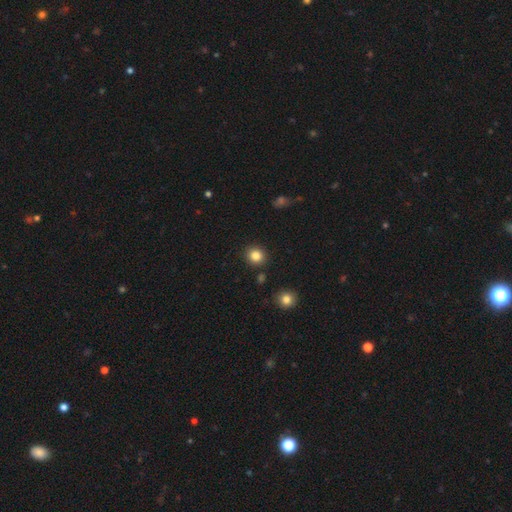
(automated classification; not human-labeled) smooth-or-featured: smooth: 84% | star or artifact: 11% | featured or disk: 5%
  how-rounded: round: 89% | in between: 10% | cigar-shaped: 1%
  merging: none: 90% | minor disturbance: 6% | merger: 3% | major disturbance: 2%